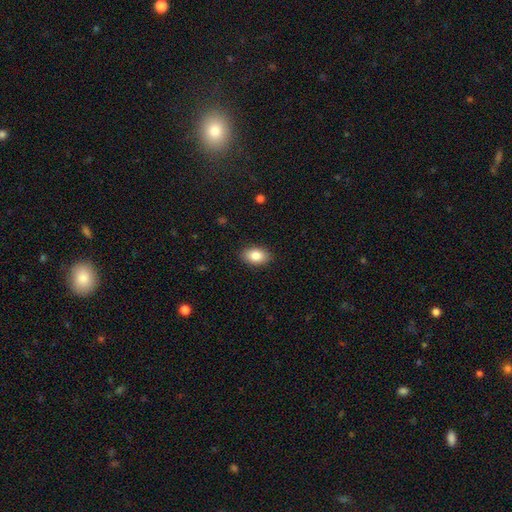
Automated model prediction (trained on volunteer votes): A smooth galaxy with no disk features (84%) that is in between round and cigar-shaped (90%).

Vote fractions:
- Smooth or featured? smooth: 84% / featured or disk: 8% / star or artifact: 8%
- How rounded? in between: 90% / round: 9% / cigar-shaped: 1%
- Merging? none: 89% / minor disturbance: 8% / major disturbance: 2% / merger: 1%